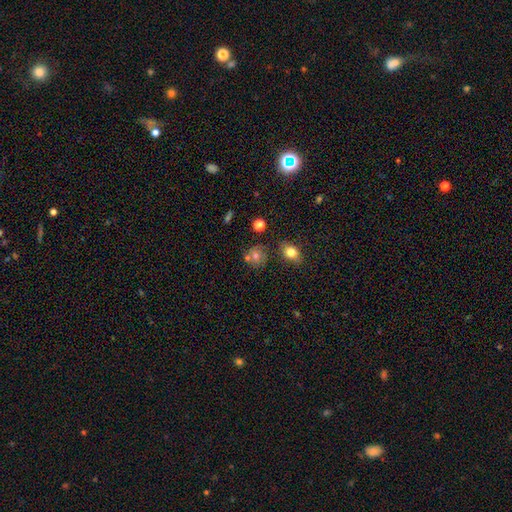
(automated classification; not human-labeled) smooth 66%, star or artifact 17%, featured or disk 17%. Down the decision tree: how rounded — round (81%); merging — none (67%).